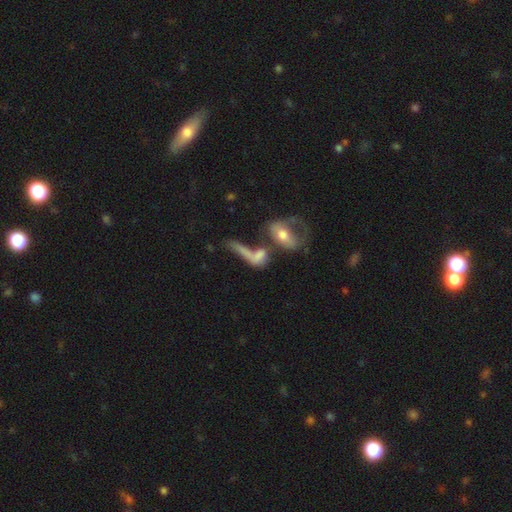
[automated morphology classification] A smooth galaxy with no disk features (57%) that is in between round and cigar-shaped (54%).

Vote fractions:
- Smooth or featured? smooth: 57% / featured or disk: 33% / star or artifact: 10%
- How rounded? in between: 54% / cigar-shaped: 35% / round: 11%
- Merging? merger: 51% / major disturbance: 20% / none: 19% / minor disturbance: 10%